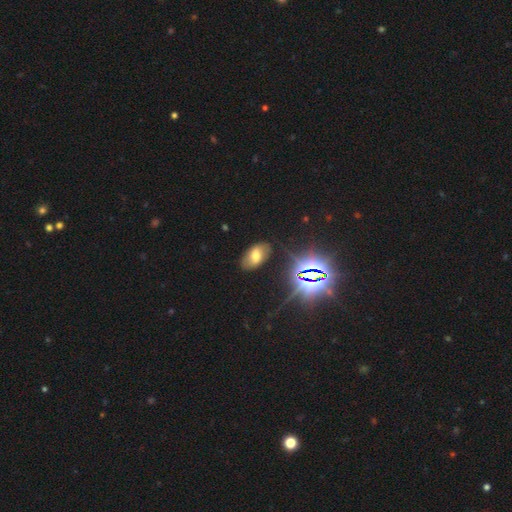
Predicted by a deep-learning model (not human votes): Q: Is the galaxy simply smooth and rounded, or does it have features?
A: smooth — 52%.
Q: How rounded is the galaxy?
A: in between — 92%.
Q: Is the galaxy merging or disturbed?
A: none — 79%.